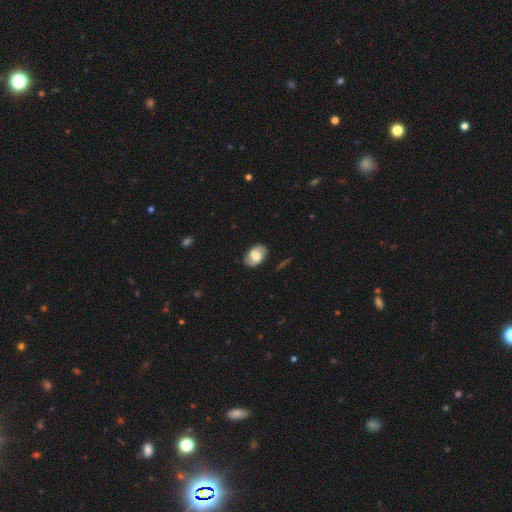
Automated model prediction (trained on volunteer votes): This is possibly a smooth galaxy (55%). How rounded: clearly in between (85%). Merging: clearly none (82%).